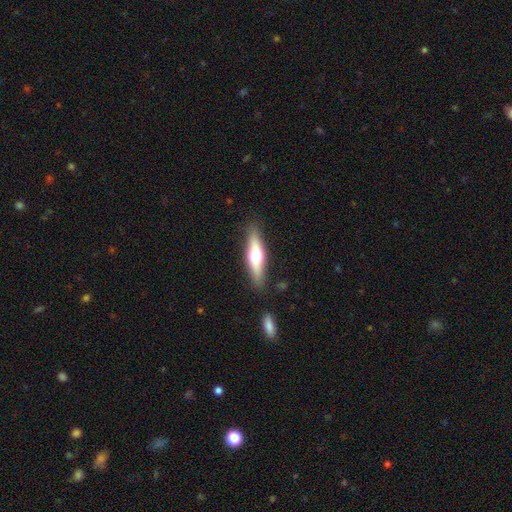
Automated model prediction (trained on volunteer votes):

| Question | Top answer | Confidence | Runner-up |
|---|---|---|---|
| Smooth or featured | featured or disk | 48% | smooth (46%) |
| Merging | none | 86% | minor disturbance (10%) |